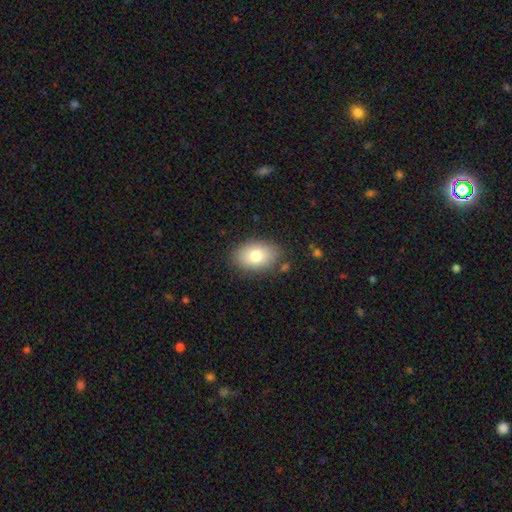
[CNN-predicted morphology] Smooth or featured? smooth (79%)
How rounded? in between (87%)
Merging? none (82%)